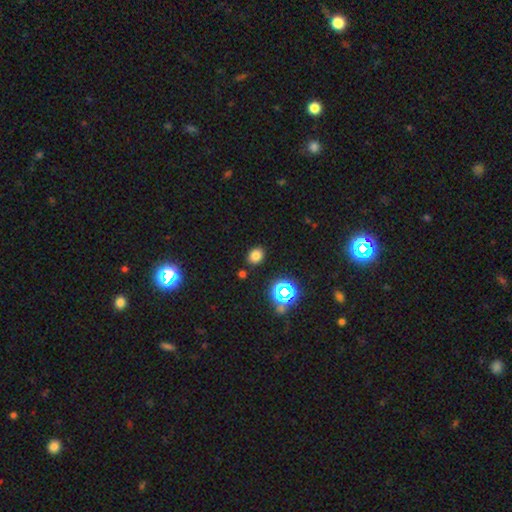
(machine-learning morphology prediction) smooth_or_featured: smooth (p=0.74) [alt: star or artifact p=0.20]
how_rounded: round (p=0.51) [alt: in between p=0.48]
merging: none (p=0.86) [alt: minor disturbance p=0.08]